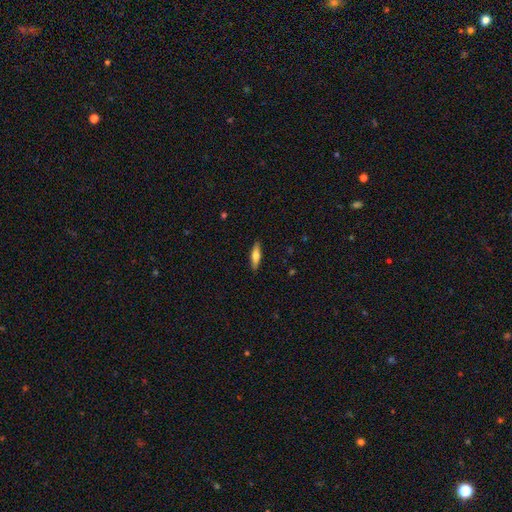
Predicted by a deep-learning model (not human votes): Morphology: type=smooth (54%); roundness=cigar-shaped (65%); merging=none (89%).